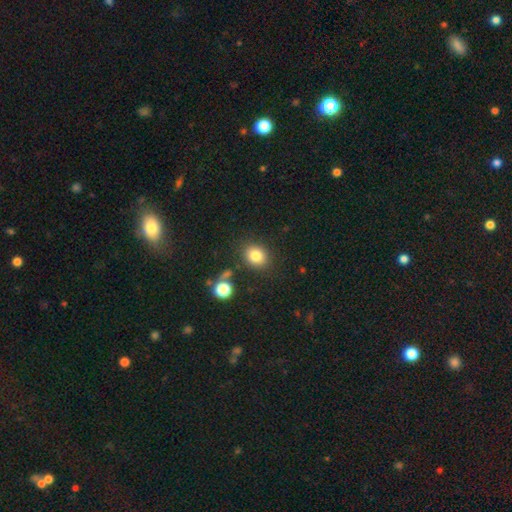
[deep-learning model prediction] This appears to be a smooth galaxy with no disk features (81%) that is round (58%). Merging: none (83%).